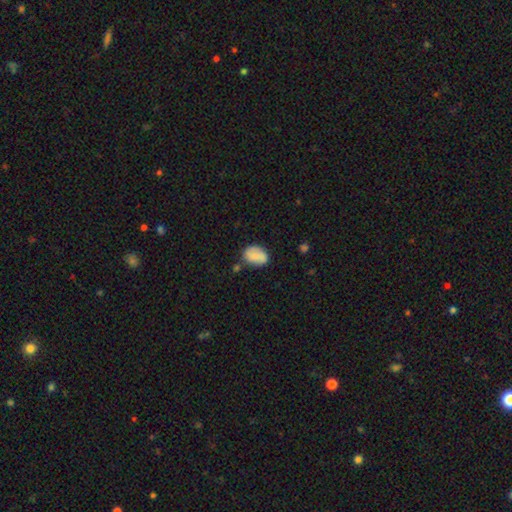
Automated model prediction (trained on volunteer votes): smooth 71%, featured or disk 21%, star or artifact 8%. Down the decision tree: how rounded — in between (79%); merging — none (62%).